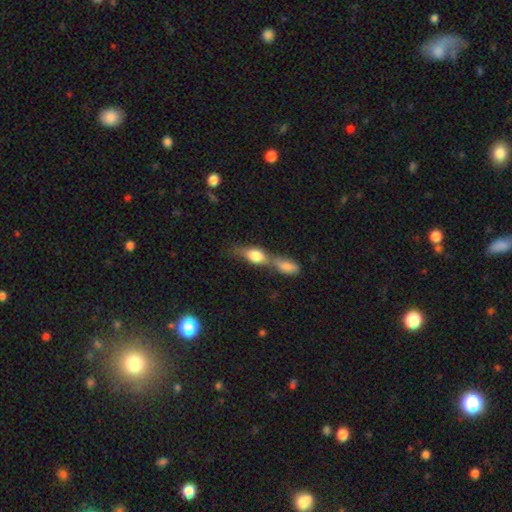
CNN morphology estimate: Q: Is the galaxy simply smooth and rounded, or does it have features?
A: smooth — 66%.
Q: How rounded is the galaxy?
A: in between — 68%.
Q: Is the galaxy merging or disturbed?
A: merger — 68%.